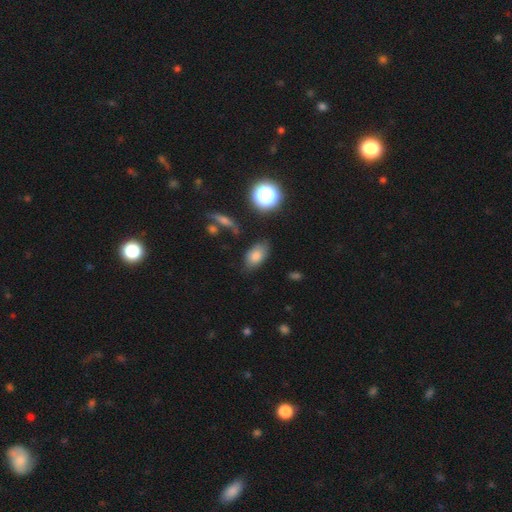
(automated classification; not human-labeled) smooth 77%, star or artifact 11%, featured or disk 11%. Down the decision tree: how rounded — in between (88%); merging — none (73%).